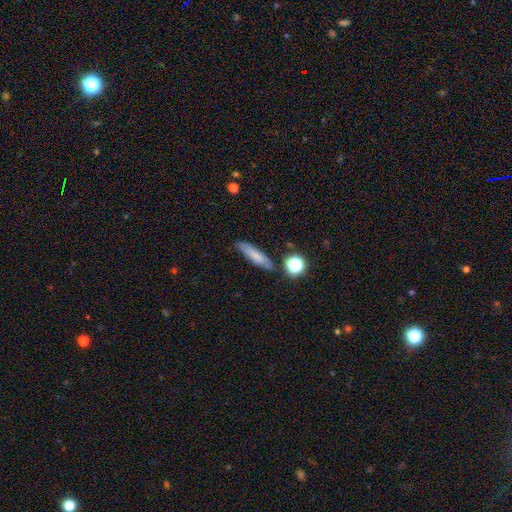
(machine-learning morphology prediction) This appears to be a smooth galaxy with no disk features (72%) that is cigar-shaped (75%). Merging: none (76%).